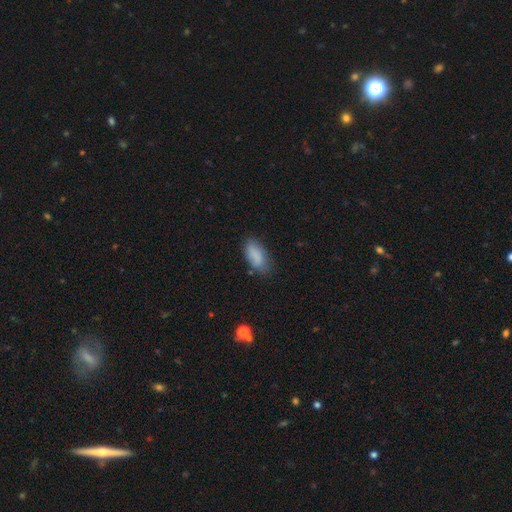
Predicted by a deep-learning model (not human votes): smooth 83%, featured or disk 9%, star or artifact 8%. Down the decision tree: how rounded — in between (91%); merging — none (68%).